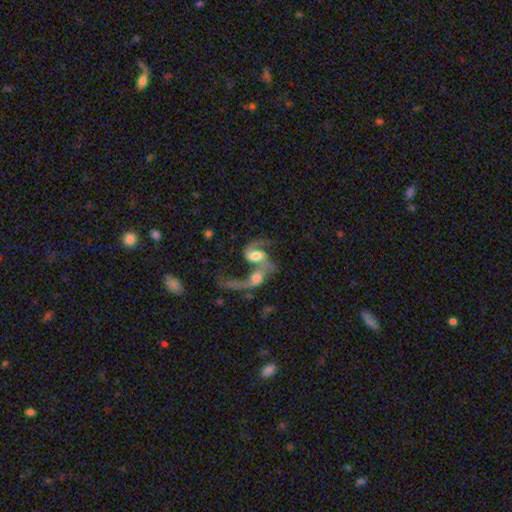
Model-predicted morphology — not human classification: Smooth or featured?
  - featured or disk: 74% *
  - smooth: 18%
  - star or artifact: 8%
Edge-on disk?
  - no: 96% *
  - yes: 4%
Bar?
  - no: 45% *
  - weak: 39%
  - strong: 16%
Spiral arms?
  - yes: 87% *
  - no: 13%
Spiral winding?
  - loose: 65% *
  - medium: 28%
  - tight: 7%
Spiral arm count?
  - 2: 69% *
  - 1: 21%
  - can't tell: 7%
  - 3: 1%
  - 4: 1%
  - more than 4: 1%
Bulge size?
  - moderate: 50% *
  - large: 28%
  - small: 13%
  - none: 6%
  - dominant: 3%
Merging?
  - merger: 77% *
  - major disturbance: 10%
  - none: 9%
  - minor disturbance: 4%